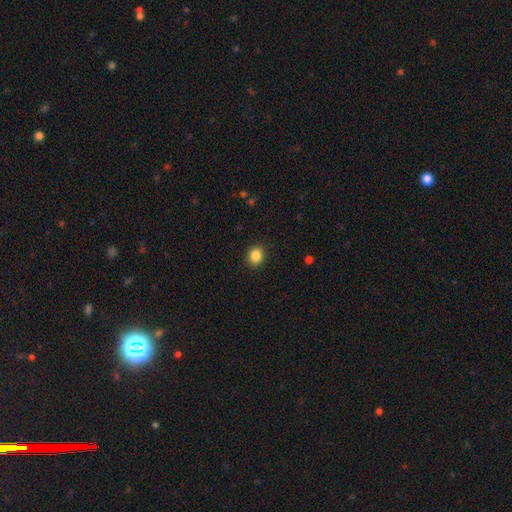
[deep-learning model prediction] This appears to be a smooth galaxy with no disk features (86%) that is round (64%). Merging: none (90%).